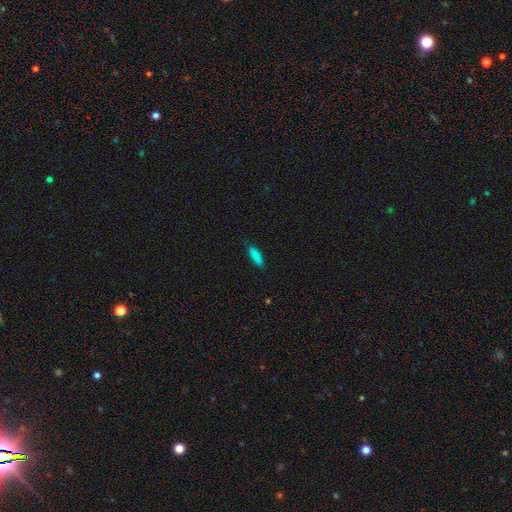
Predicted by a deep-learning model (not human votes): Smooth or featured? smooth (85%)
How rounded? cigar-shaped (57%)
Merging? none (81%)